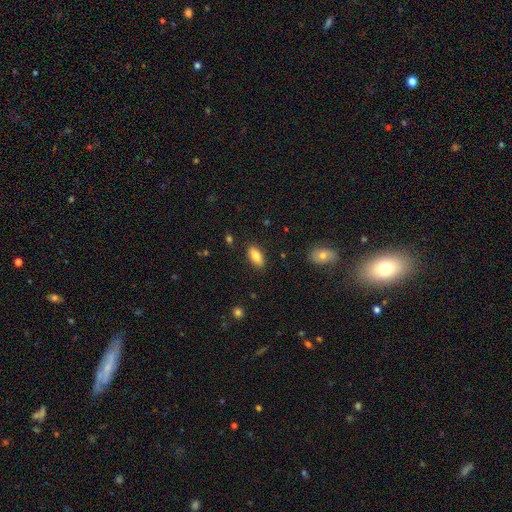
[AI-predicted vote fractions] smooth-or-featured: smooth: 82% | featured or disk: 11% | star or artifact: 7%
  how-rounded: in between: 86% | cigar-shaped: 12% | round: 2%
  merging: none: 86% | minor disturbance: 10% | major disturbance: 2% | merger: 2%